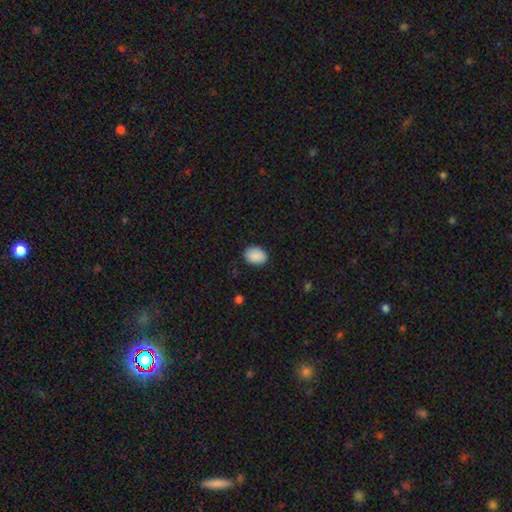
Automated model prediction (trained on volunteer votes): Smooth or featured?
  - smooth: 90% *
  - star or artifact: 7%
  - featured or disk: 3%
How rounded?
  - in between: 73% *
  - round: 26%
  - cigar-shaped: 1%
Merging?
  - none: 87% *
  - minor disturbance: 10%
  - major disturbance: 2%
  - merger: 1%